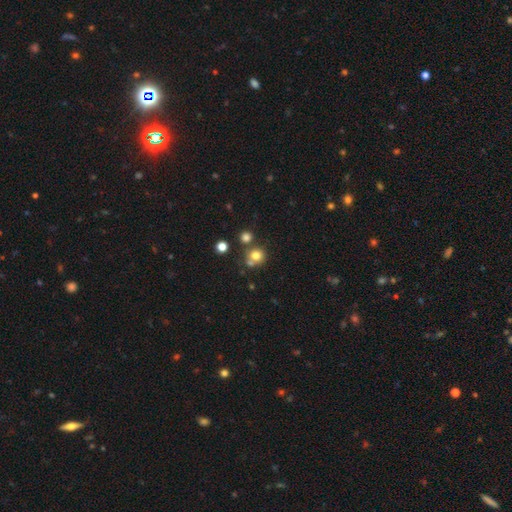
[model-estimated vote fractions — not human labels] Q: Smooth or featured?
A: smooth (76%); runner-up: star or artifact (14%)
Q: How rounded?
A: round (89%); runner-up: in between (10%)
Q: Merging?
A: none (63%); runner-up: merger (24%)